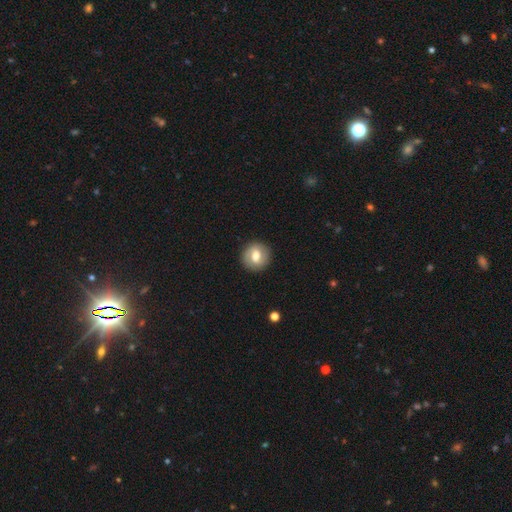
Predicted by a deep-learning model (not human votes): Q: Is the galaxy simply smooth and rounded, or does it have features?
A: smooth — 61%.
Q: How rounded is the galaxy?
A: round — 88%.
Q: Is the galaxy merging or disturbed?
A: none — 89%.